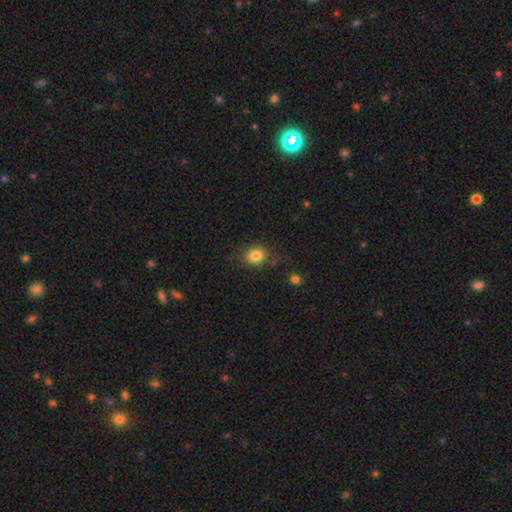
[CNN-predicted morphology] Overall: smooth (83%). How rounded: round (61%; in between 38%). Merging: none (78%).